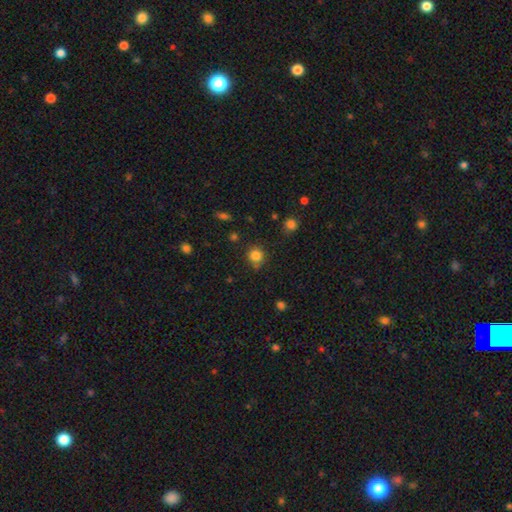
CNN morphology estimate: Smooth or featured?
  - smooth: 83% *
  - star or artifact: 12%
  - featured or disk: 5%
How rounded?
  - round: 85% *
  - in between: 14%
  - cigar-shaped: 1%
Merging?
  - none: 72% *
  - minor disturbance: 19%
  - major disturbance: 4%
  - merger: 4%